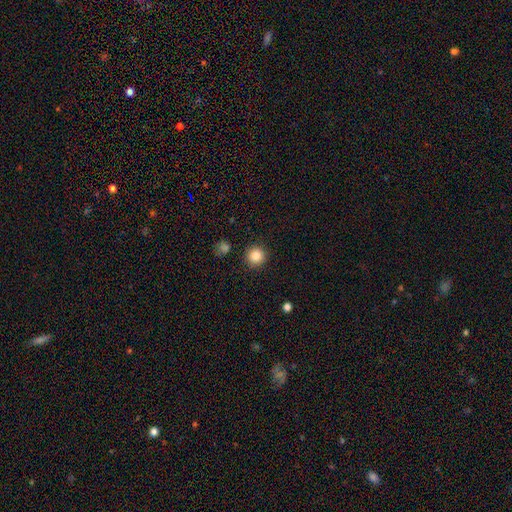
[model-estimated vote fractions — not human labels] smooth-or-featured: smooth: 85% | star or artifact: 10% | featured or disk: 5%
  how-rounded: round: 94% | in between: 5% | cigar-shaped: 1%
  merging: none: 91% | minor disturbance: 6% | major disturbance: 2% | merger: 2%